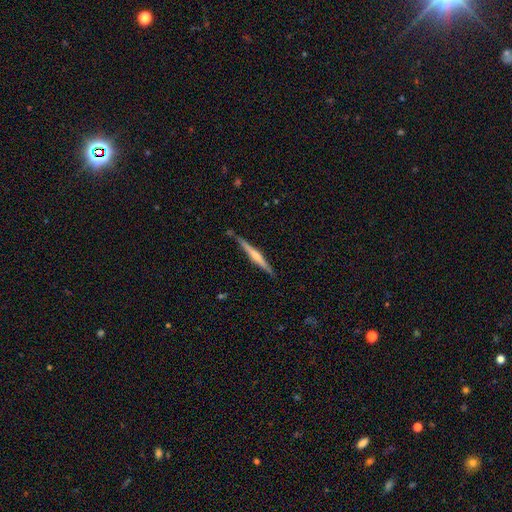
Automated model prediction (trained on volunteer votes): smooth-or-featured: featured or disk: 64% | smooth: 31% | star or artifact: 6%
  disk-edge-on: yes: 98% | no: 2%
    edge-on-bulge: rounded: 64% | none: 25% | boxy: 11%
  merging: none: 85% | minor disturbance: 11% | merger: 2% | major disturbance: 2%